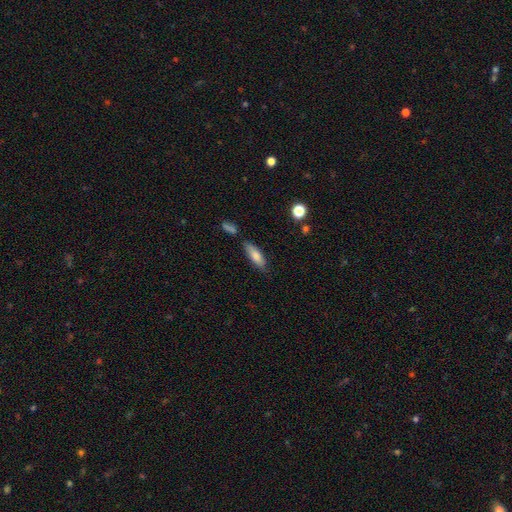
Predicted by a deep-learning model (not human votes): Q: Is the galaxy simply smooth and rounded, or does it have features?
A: smooth — 76%.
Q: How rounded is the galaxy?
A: in between — 54%.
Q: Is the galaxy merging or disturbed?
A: none — 71%.